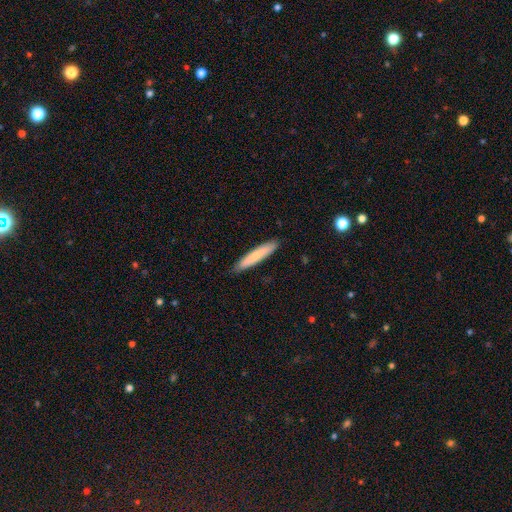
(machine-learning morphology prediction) This is likely a smooth galaxy (75%). How rounded: clearly cigar-shaped (91%). Merging: clearly none (88%).